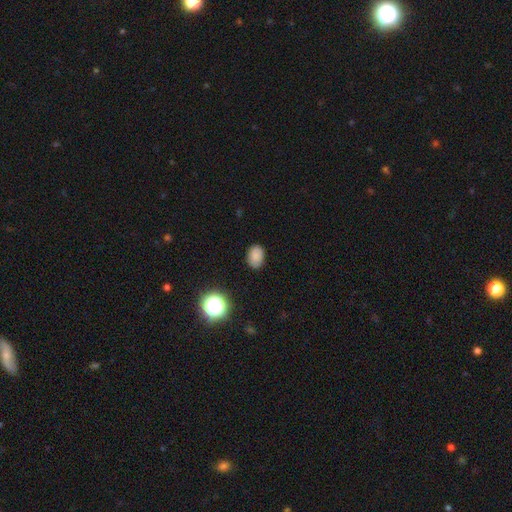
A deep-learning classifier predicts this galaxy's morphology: Smooth or featured: smooth — 83% (star or artifact — 12%)
How rounded: in between — 76% (round — 23%)
Merging: none — 83% (minor disturbance — 13%)